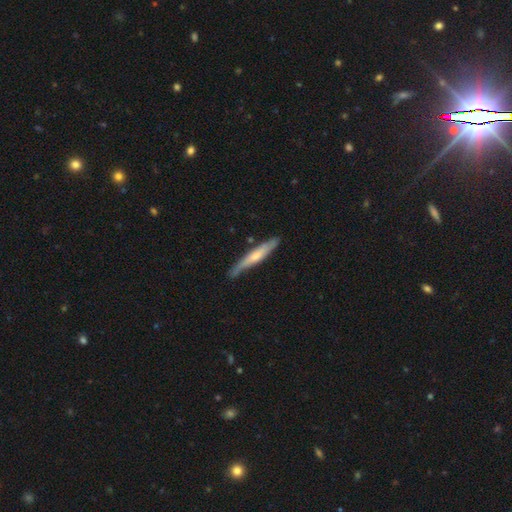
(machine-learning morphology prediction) Q: Smooth or featured?
A: smooth (48%); runner-up: featured or disk (47%)
Q: Merging?
A: none (74%); runner-up: minor disturbance (20%)